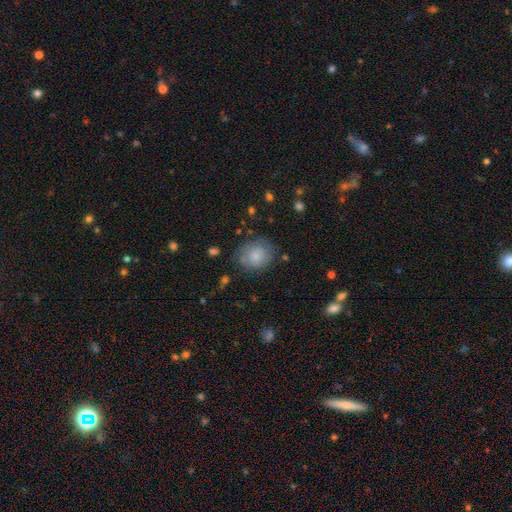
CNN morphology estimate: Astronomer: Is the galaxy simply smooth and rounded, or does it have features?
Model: smooth — 75%.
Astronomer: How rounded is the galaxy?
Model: round — 61% (runner-up: in between, 38%).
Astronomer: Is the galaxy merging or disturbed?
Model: none — 70%.